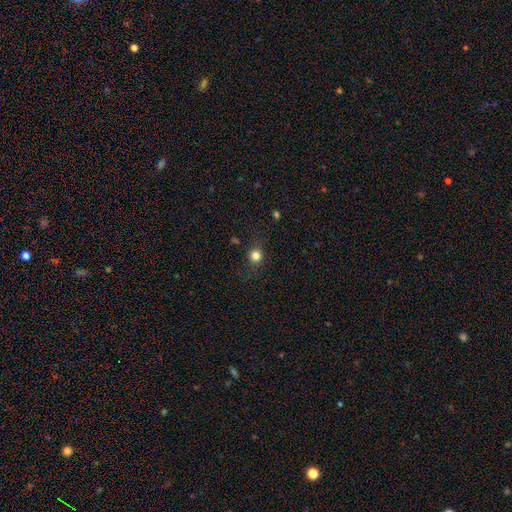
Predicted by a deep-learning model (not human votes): Smooth or featured?
  - smooth: 78% *
  - star or artifact: 15%
  - featured or disk: 7%
How rounded?
  - round: 87% *
  - in between: 12%
  - cigar-shaped: 1%
Merging?
  - none: 81% *
  - minor disturbance: 12%
  - major disturbance: 5%
  - merger: 1%